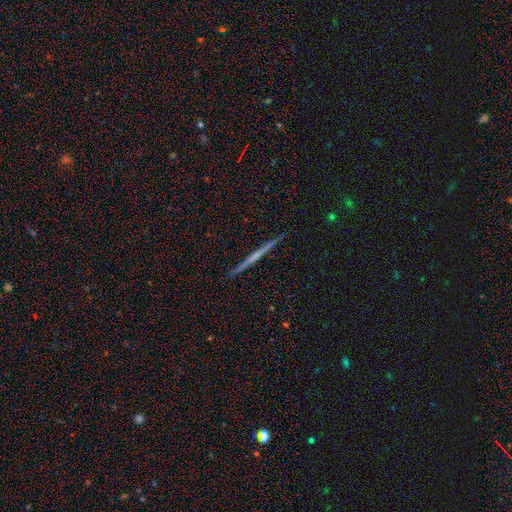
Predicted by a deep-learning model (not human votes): Smooth or featured? Predicted: featured or disk (p=0.60). Edge-on disk? Predicted: yes (p=0.98). Edge-on bulge? Predicted: none (p=0.84). Merging? Predicted: none (p=0.93).